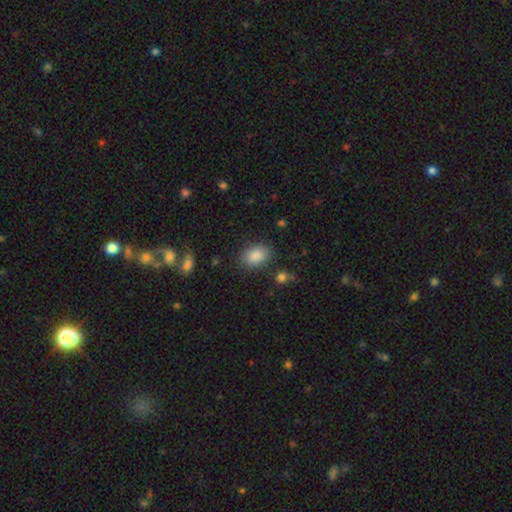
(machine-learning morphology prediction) smooth 87%, star or artifact 8%, featured or disk 5%. Down the decision tree: how rounded — in between (81%); merging — none (83%).